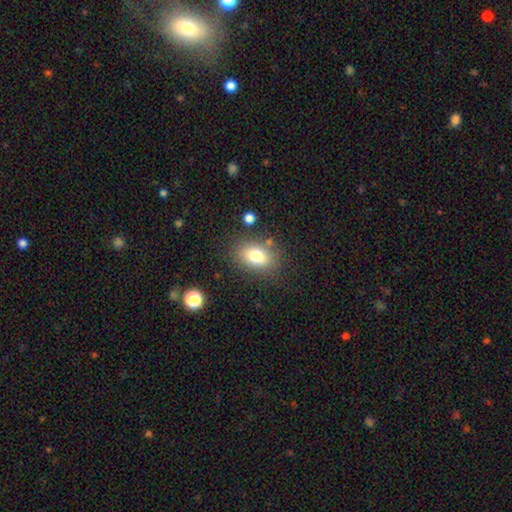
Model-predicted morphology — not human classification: Overall: smooth (77%). How rounded: in between (80%). Merging: none (79%).